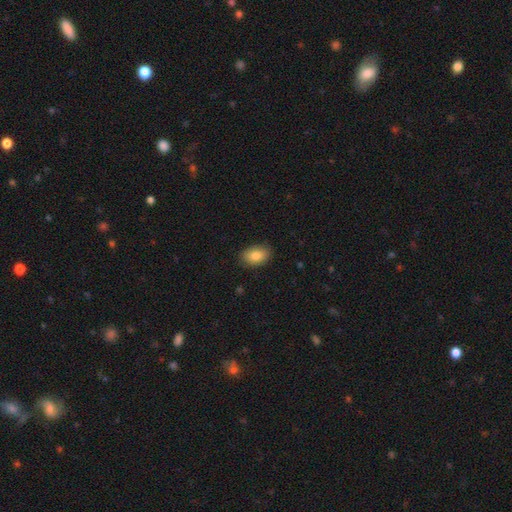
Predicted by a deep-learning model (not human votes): The model was most divided on "smooth or featured": smooth: 84%, featured or disk: 9%, star or artifact: 7%. More confident: how rounded — in between (87%); merging — none (87%).